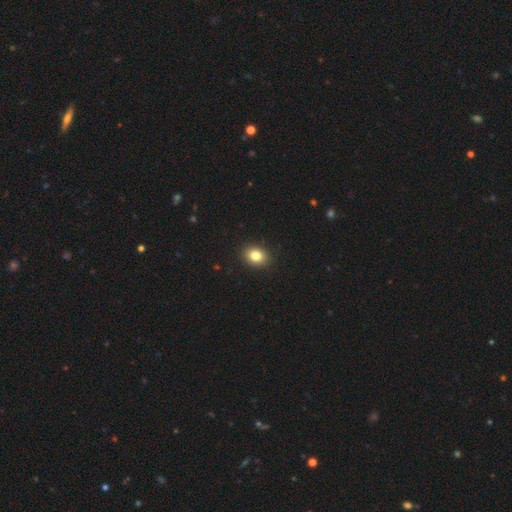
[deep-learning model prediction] Smooth or featured? smooth (83%)
How rounded? in between (55%)
Merging? none (91%)